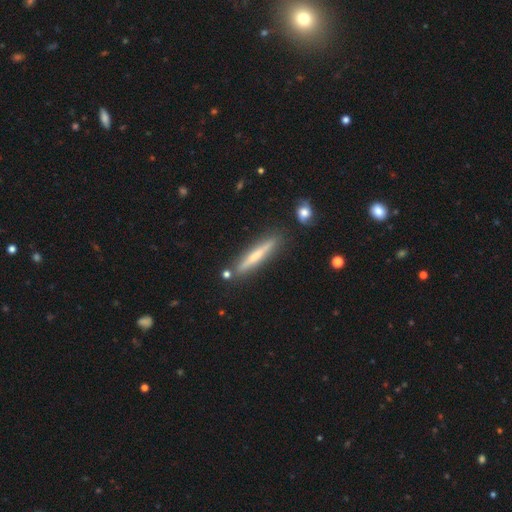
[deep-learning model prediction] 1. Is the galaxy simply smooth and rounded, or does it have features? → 47% featured or disk, 46% smooth, 6% star or artifact.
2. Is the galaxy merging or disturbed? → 85% none, 9% minor disturbance, 4% merger, 2% major disturbance.